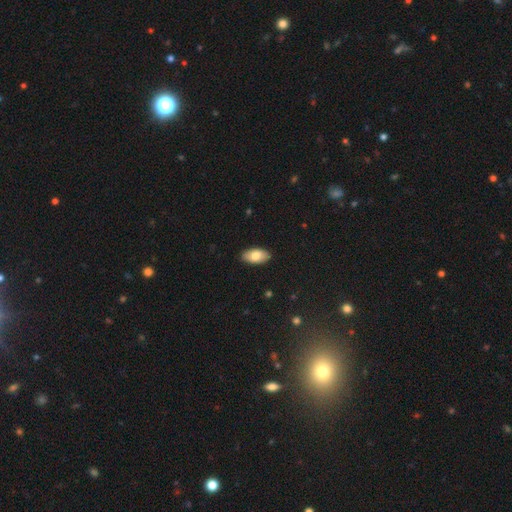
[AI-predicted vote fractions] Smooth or featured: smooth — 80% (featured or disk — 14%)
How rounded: in between — 94% (cigar-shaped — 3%)
Merging: none — 89% (minor disturbance — 9%)